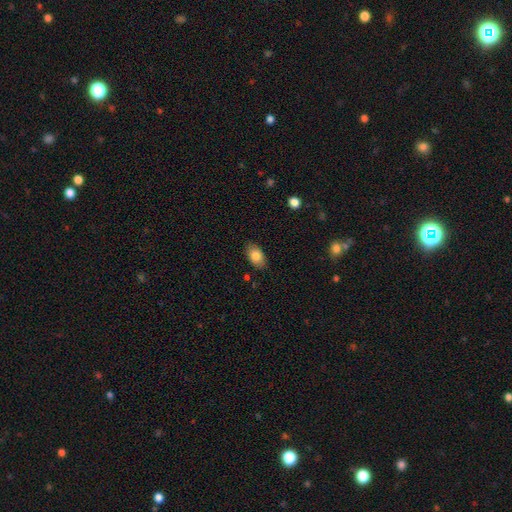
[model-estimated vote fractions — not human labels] This appears to be a smooth galaxy with no disk features (84%) that is in between round and cigar-shaped (90%). Merging: none (84%).